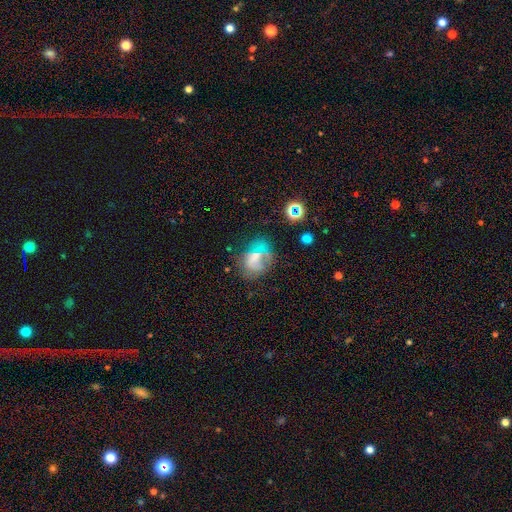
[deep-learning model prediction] Smooth or featured? Predicted: smooth (p=0.45). Merging? Predicted: none (p=0.43).